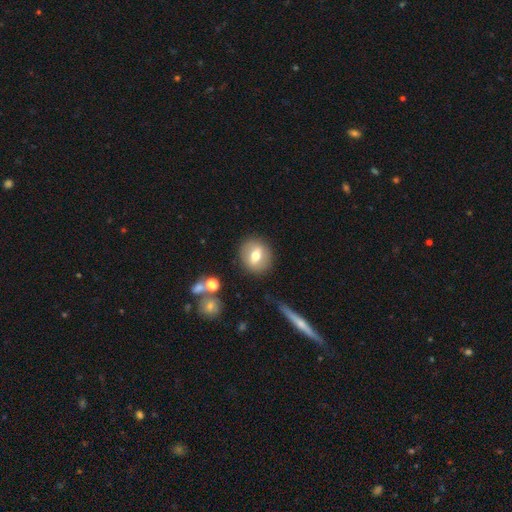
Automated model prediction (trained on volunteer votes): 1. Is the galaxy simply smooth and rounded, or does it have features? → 59% smooth, 33% featured or disk, 9% star or artifact.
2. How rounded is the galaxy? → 72% round, 26% in between, 2% cigar-shaped.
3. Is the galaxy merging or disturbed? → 86% none, 9% minor disturbance, 3% major disturbance, 2% merger.